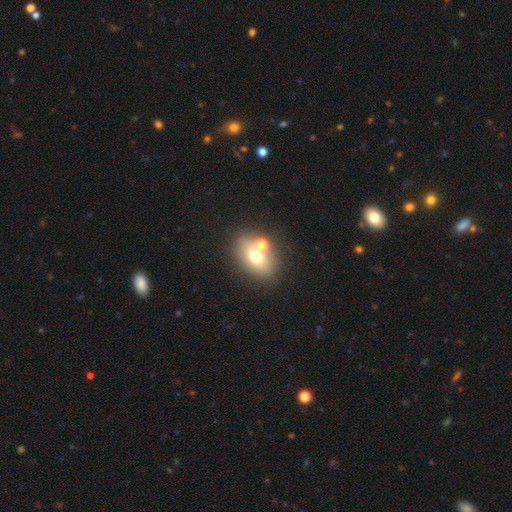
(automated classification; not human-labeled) A smooth galaxy with no disk features (65%) that is in between round and cigar-shaped (62%).

Vote fractions:
- Smooth or featured? smooth: 65% / featured or disk: 20% / star or artifact: 15%
- How rounded? in between: 62% / round: 36% / cigar-shaped: 2%
- Merging? none: 61% / merger: 26% / minor disturbance: 10% / major disturbance: 4%